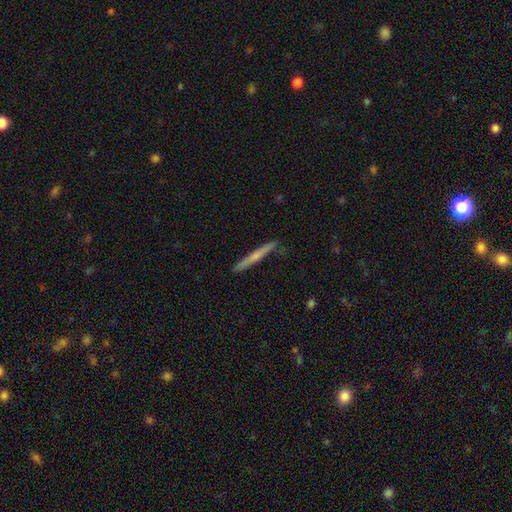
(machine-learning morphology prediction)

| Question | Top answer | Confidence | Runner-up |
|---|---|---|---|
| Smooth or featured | featured or disk | 51% | smooth (43%) |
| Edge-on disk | yes | 97% | no (3%) |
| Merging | none | 88% | minor disturbance (9%) |